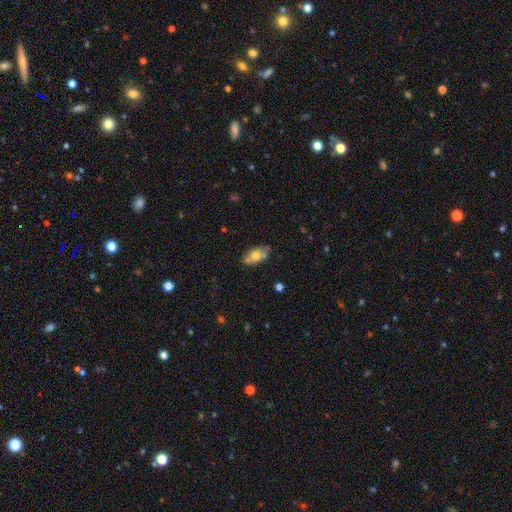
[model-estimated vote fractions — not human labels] Smooth or featured? Predicted: smooth (p=0.62). How rounded? Predicted: in between (p=0.87). Merging? Predicted: none (p=0.68).